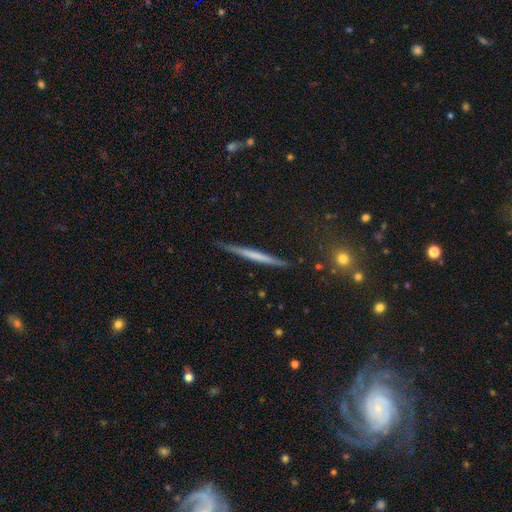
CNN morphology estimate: Q: Smooth or featured?
A: featured or disk (48%); runner-up: smooth (46%)
Q: Merging?
A: none (87%); runner-up: minor disturbance (10%)